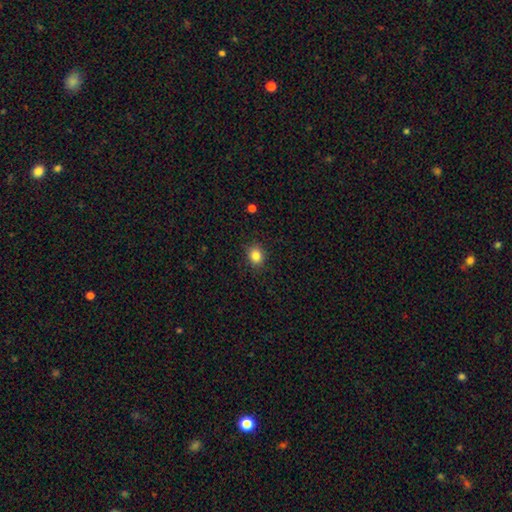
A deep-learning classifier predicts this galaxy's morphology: smooth-or-featured: smooth: 84% | star or artifact: 11% | featured or disk: 5%
  how-rounded: round: 65% | in between: 34% | cigar-shaped: 1%
  merging: none: 88% | minor disturbance: 9% | major disturbance: 2% | merger: 1%